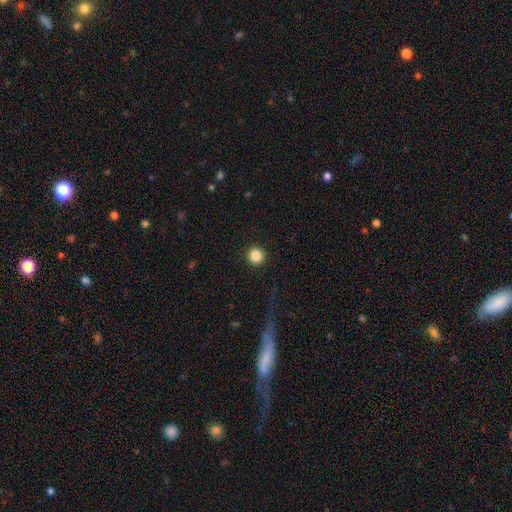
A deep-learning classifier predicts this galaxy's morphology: A smooth galaxy with no disk features (86%) that is round (93%). Merging: none (92%).